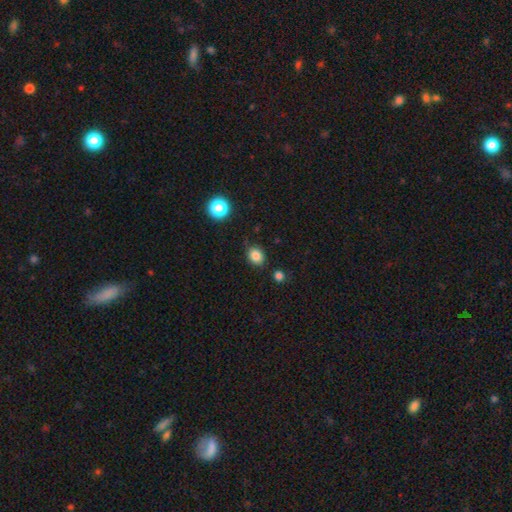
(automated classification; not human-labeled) A smooth galaxy with no disk features (83%) that is in between round and cigar-shaped (50%). Merging: none (81%).